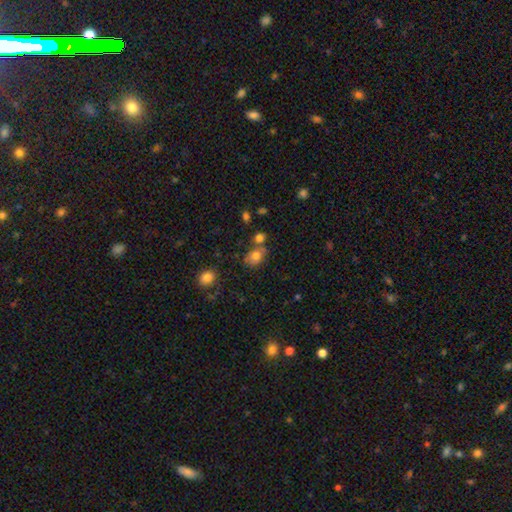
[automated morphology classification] A smooth galaxy with no disk features (76%) that is in between round and cigar-shaped (59%).

Vote fractions:
- Smooth or featured? smooth: 76% / featured or disk: 12% / star or artifact: 12%
- How rounded? in between: 59% / round: 40% / cigar-shaped: 1%
- Merging? none: 53% / merger: 26% / minor disturbance: 16% / major disturbance: 5%